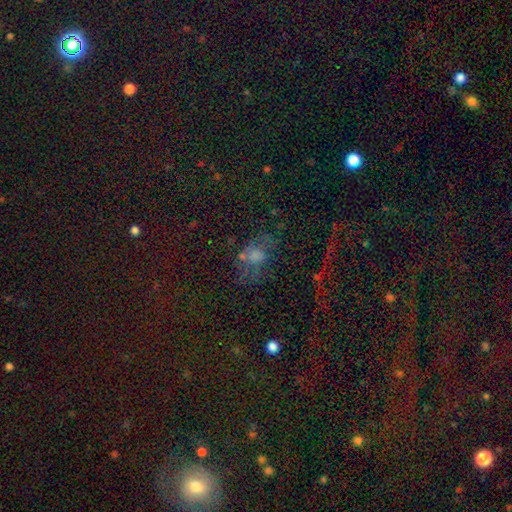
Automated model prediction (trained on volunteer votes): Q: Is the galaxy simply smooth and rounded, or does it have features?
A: star or artifact — 43%.